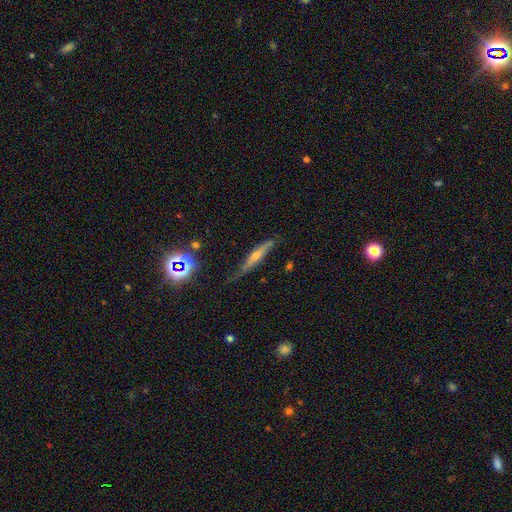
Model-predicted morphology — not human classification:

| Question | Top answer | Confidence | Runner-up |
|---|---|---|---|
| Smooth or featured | featured or disk | 60% | smooth (26%) |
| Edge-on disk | yes | 87% | no (13%) |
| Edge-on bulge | rounded | 76% | none (16%) |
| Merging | none | 68% | minor disturbance (24%) |